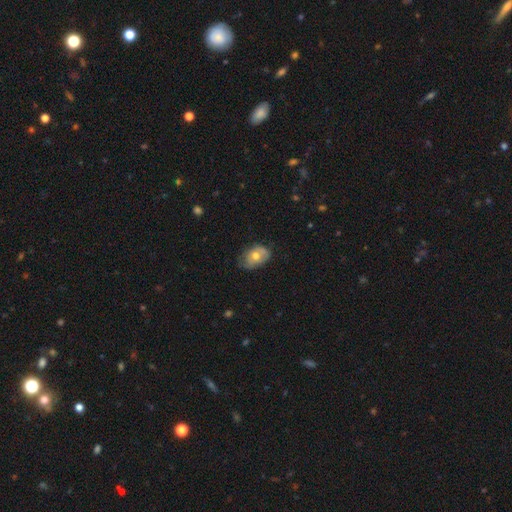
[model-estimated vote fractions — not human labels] smooth-or-featured: smooth: 56% | featured or disk: 37% | star or artifact: 7%
  how-rounded: in between: 78% | round: 21% | cigar-shaped: 1%
  merging: none: 55% | minor disturbance: 34% | major disturbance: 10% | merger: 1%